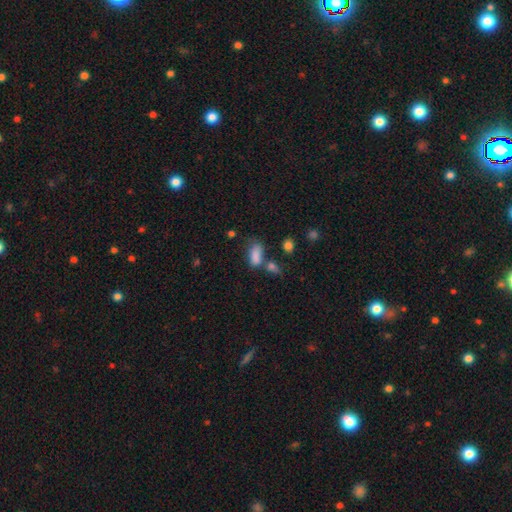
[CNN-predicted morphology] A smooth galaxy with no disk features (82%) that is in between round and cigar-shaped (87%).

Vote fractions:
- Smooth or featured? smooth: 82% / star or artifact: 10% / featured or disk: 8%
- How rounded? in between: 87% / cigar-shaped: 7% / round: 6%
- Merging? none: 39% / merger: 27% / minor disturbance: 22% / major disturbance: 13%